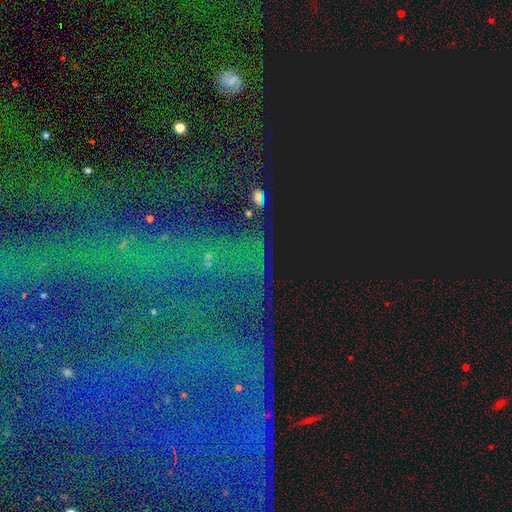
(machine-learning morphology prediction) A star or artifact, not a galaxy (82%).